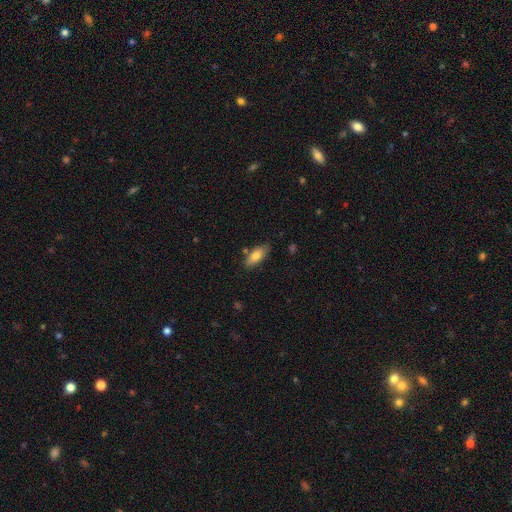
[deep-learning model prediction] Smooth or featured? smooth (78%)
How rounded? in between (81%)
Merging? none (77%)